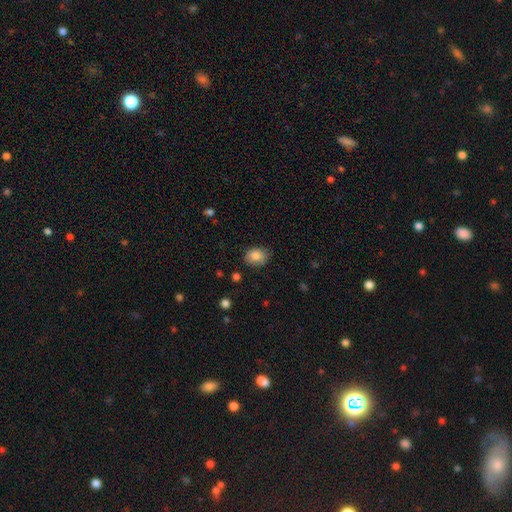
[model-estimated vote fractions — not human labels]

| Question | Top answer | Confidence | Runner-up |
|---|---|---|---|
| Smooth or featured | smooth | 85% | star or artifact (8%) |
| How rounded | in between | 59% | round (40%) |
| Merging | none | 78% | minor disturbance (17%) |